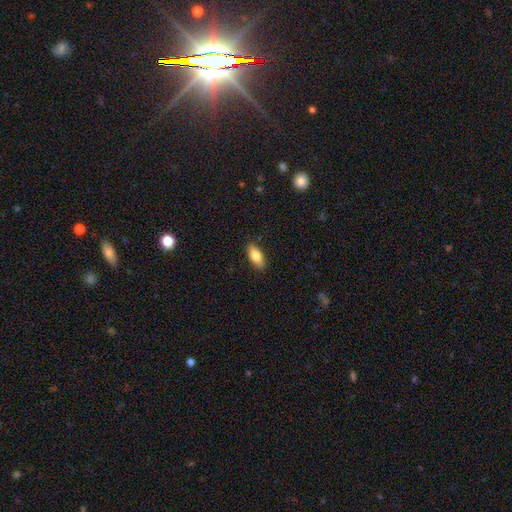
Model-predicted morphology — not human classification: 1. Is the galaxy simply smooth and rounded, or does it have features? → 80% smooth, 13% featured or disk, 6% star or artifact.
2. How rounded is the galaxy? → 83% in between, 15% cigar-shaped, 2% round.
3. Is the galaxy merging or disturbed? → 88% none, 9% minor disturbance, 2% major disturbance, 1% merger.